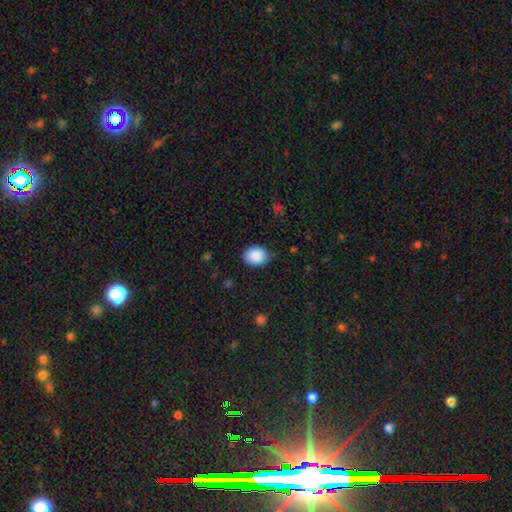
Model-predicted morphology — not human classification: smooth 89%, star or artifact 7%, featured or disk 4%. Down the decision tree: how rounded — in between (58%); merging — none (83%).